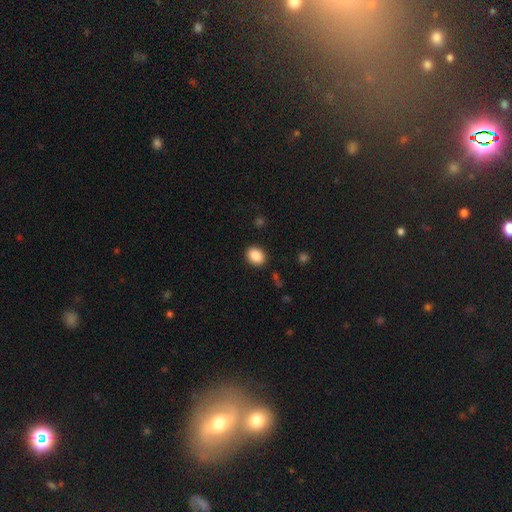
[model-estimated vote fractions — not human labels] The model was most divided on "how rounded": in between: 54%, round: 46%, cigar-shaped: 1%. More confident: merging — none (89%); smooth or featured — smooth (88%).